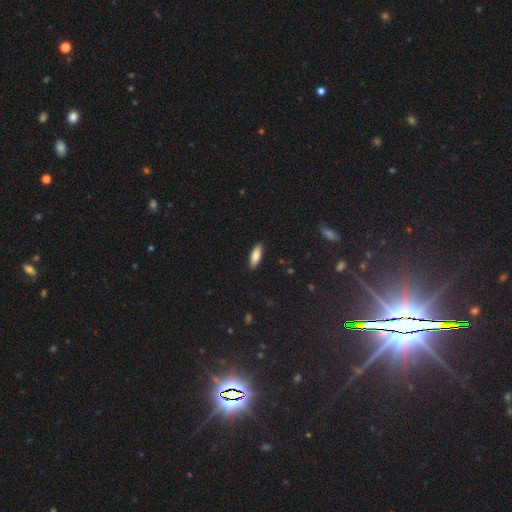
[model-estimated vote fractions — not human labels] Smooth or featured?
  - smooth: 83% *
  - featured or disk: 11%
  - star or artifact: 6%
How rounded?
  - in between: 63% *
  - cigar-shaped: 35%
  - round: 2%
Merging?
  - none: 89% *
  - minor disturbance: 8%
  - major disturbance: 2%
  - merger: 1%